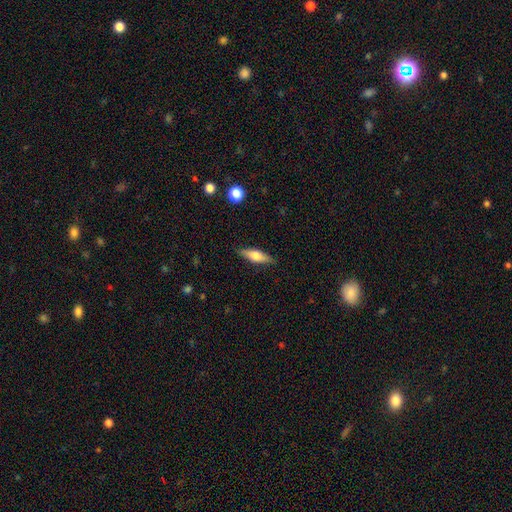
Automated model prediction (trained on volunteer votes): A smooth galaxy with no disk features (52%) that is cigar-shaped (55%). Merging: none (87%).